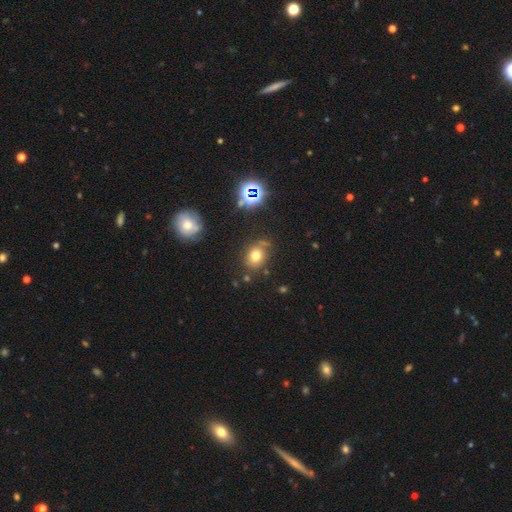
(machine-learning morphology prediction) Overall: smooth (71%). How rounded: round (56%; in between 43%). Merging: none (70%).